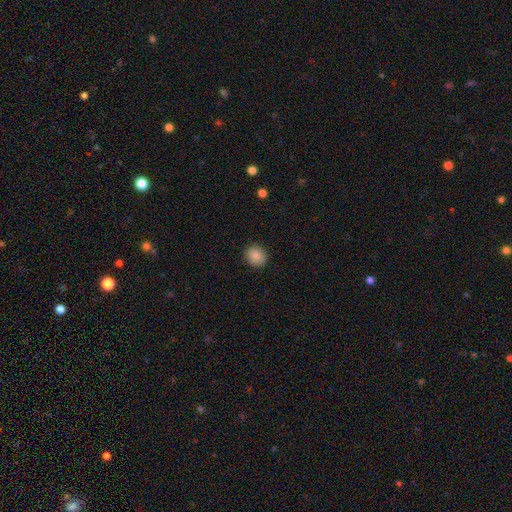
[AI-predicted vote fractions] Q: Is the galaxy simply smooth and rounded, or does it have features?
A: smooth — 87%.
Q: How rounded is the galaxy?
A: round — 78%.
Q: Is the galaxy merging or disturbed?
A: none — 91%.